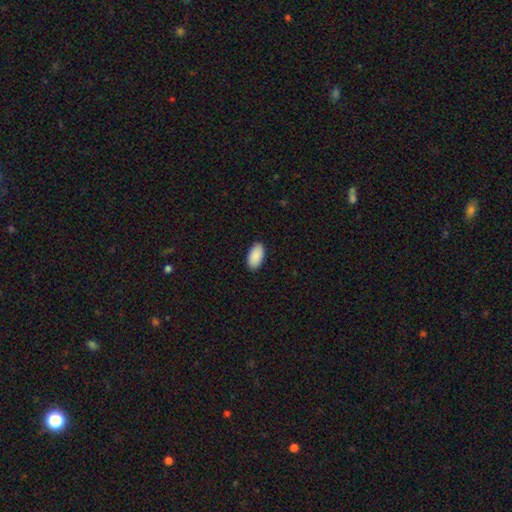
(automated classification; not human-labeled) Morphology: type=smooth (91%); roundness=in between (96%); merging=none (90%).